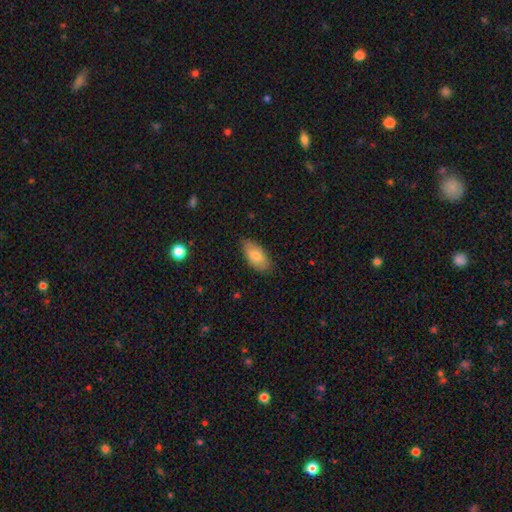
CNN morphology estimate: The model was most divided on "smooth or featured": smooth: 81%, featured or disk: 13%, star or artifact: 6%. More confident: how rounded — in between (92%); merging — none (84%).